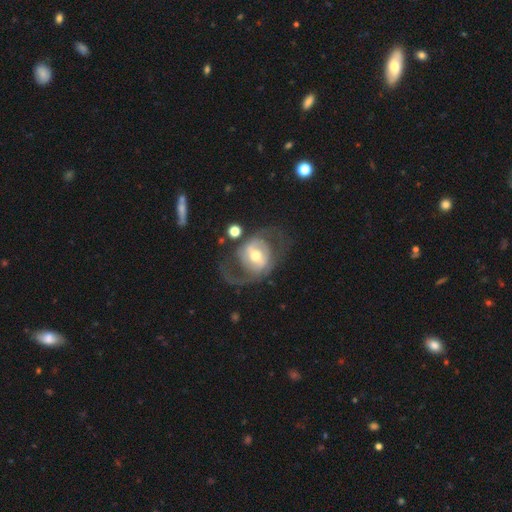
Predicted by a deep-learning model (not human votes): Smooth or featured? featured or disk (78%)
Edge-on disk? no (96%)
Bar? weak (42%)
Spiral arms? yes (80%)
Spiral winding? medium (47%)
Spiral arm count? 2 (81%)
Bulge size? moderate (65%)
Merging? none (57%)